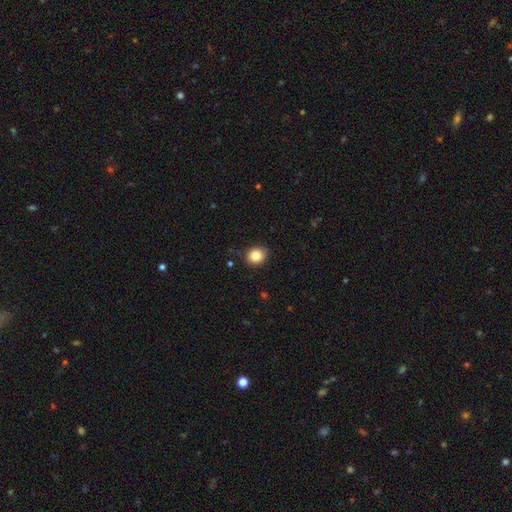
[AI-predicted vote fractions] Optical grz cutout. It shows a smooth galaxy with no disk features (84%) that is round (75%). Merging: none (88%).